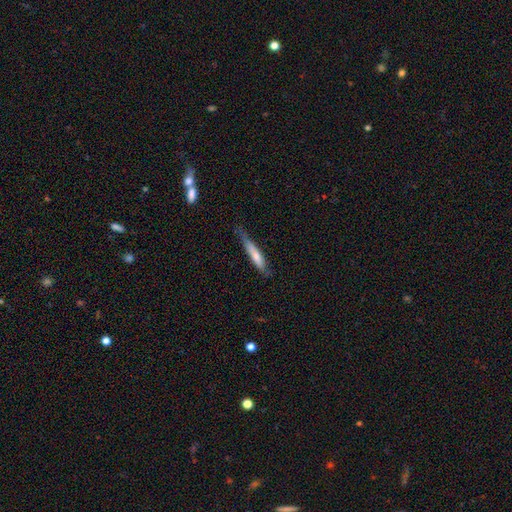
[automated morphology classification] The model was most divided on "merging": none: 61%, minor disturbance: 30%, major disturbance: 7%, merger: 2%. More confident: how rounded — cigar-shaped (89%); smooth or featured — smooth (66%).